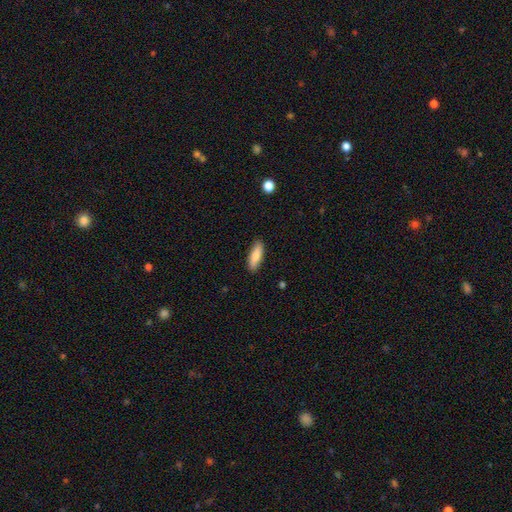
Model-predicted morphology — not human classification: type=smooth (82%); roundness=in between (55%); merging=none (88%).